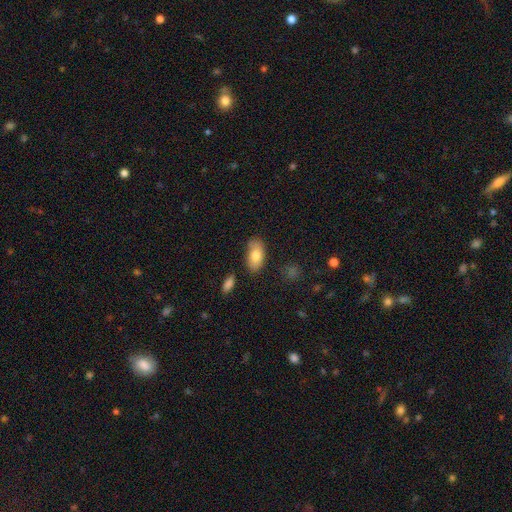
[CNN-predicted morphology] Smooth or featured? Predicted: smooth (p=0.79). How rounded? Predicted: in between (p=0.93). Merging? Predicted: none (p=0.73).